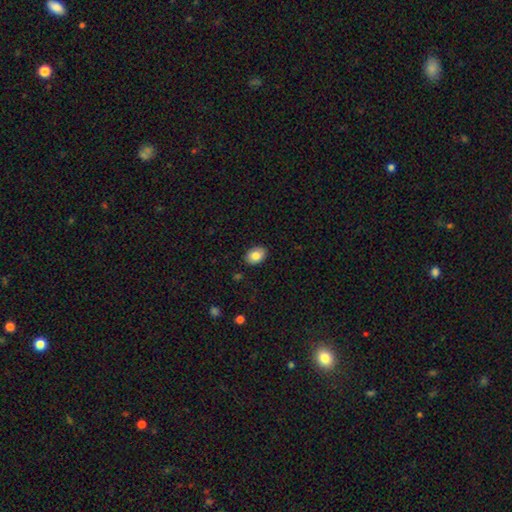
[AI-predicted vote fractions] This is clearly a smooth galaxy (83%). How rounded: likely in between (77%). Merging: clearly none (88%).